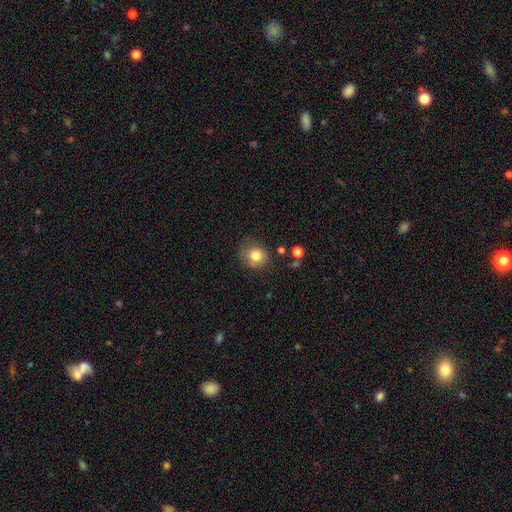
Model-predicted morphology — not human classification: This is clearly a smooth galaxy (80%). How rounded: likely round (75%). Merging: likely none (72%).